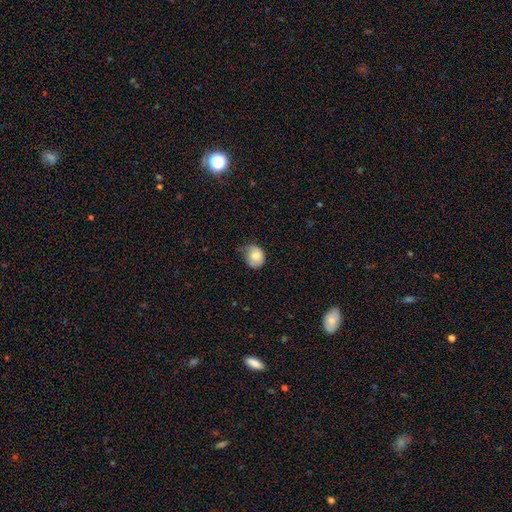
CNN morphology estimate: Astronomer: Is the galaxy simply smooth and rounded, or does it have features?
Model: smooth — 78%.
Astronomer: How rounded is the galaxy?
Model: round — 62% (runner-up: in between, 37%).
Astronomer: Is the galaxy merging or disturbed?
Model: none — 42%, tied with minor disturbance at 42%.